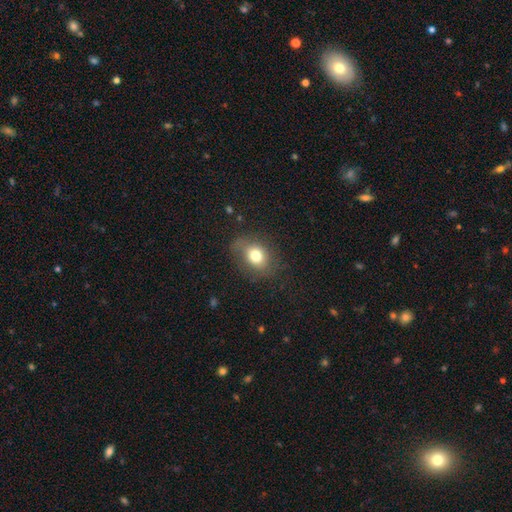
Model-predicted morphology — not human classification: The model was most divided on "how rounded": in between: 50%, round: 49%, cigar-shaped: 1%. More confident: smooth or featured — smooth (74%); merging — none (69%).